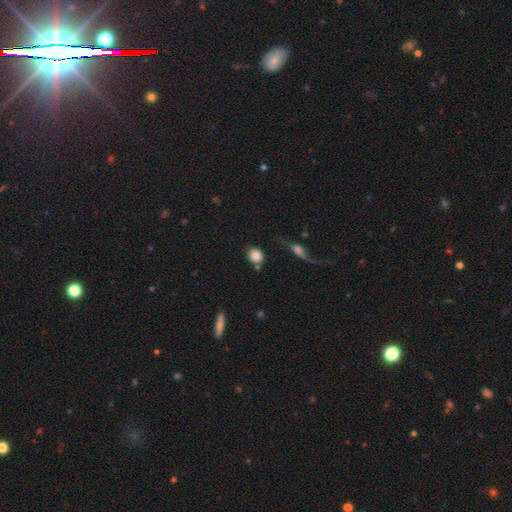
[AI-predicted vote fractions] A smooth galaxy with no disk features (82%) that is round (78%).

Vote fractions:
- Smooth or featured? smooth: 82% / featured or disk: 9% / star or artifact: 8%
- How rounded? round: 78% / in between: 21% / cigar-shaped: 2%
- Merging? none: 69% / minor disturbance: 14% / merger: 12% / major disturbance: 5%